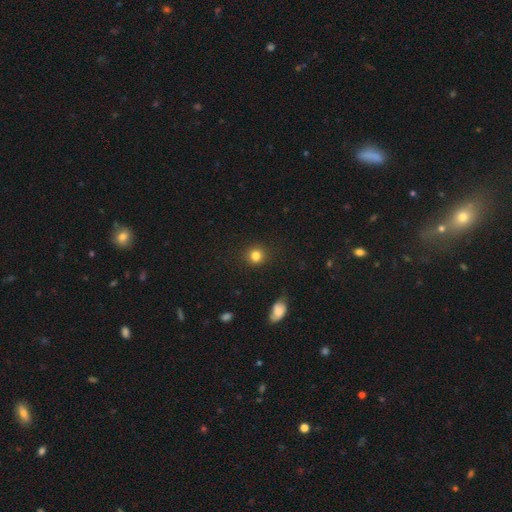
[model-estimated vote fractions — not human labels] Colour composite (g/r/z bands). It shows a smooth galaxy with no disk features (84%) that is round (87%). Merging: none (87%).